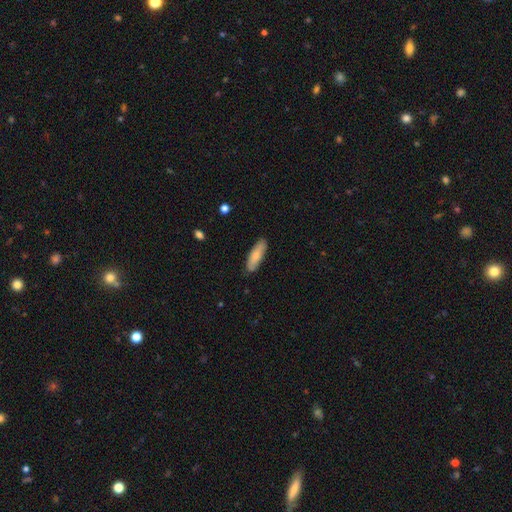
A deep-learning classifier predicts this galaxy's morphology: smooth-or-featured: smooth: 77% | featured or disk: 18% | star or artifact: 5%
  how-rounded: in between: 50% | cigar-shaped: 49% | round: 2%
  merging: none: 85% | minor disturbance: 12% | major disturbance: 2% | merger: 1%